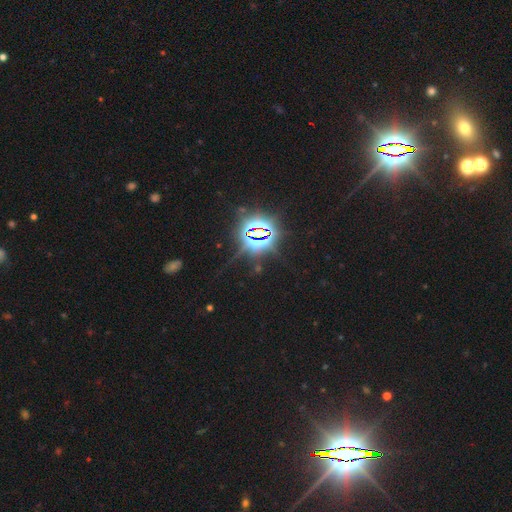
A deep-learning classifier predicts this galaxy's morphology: A star or artifact, not a galaxy (86%).